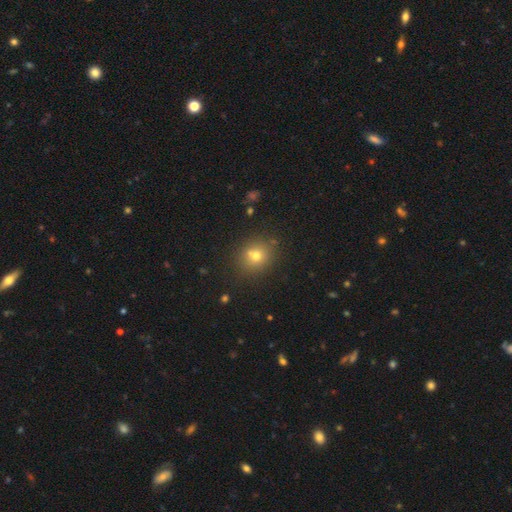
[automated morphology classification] Smooth or featured?
  - smooth: 70% *
  - star or artifact: 17%
  - featured or disk: 13%
How rounded?
  - round: 76% *
  - in between: 23%
  - cigar-shaped: 1%
Merging?
  - none: 72% *
  - merger: 13%
  - minor disturbance: 12%
  - major disturbance: 4%